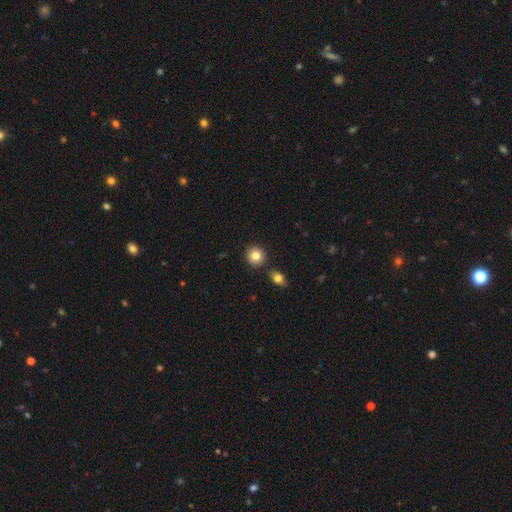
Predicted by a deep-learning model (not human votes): A smooth galaxy with no disk features (83%) that is round (88%). Merging: none (84%).